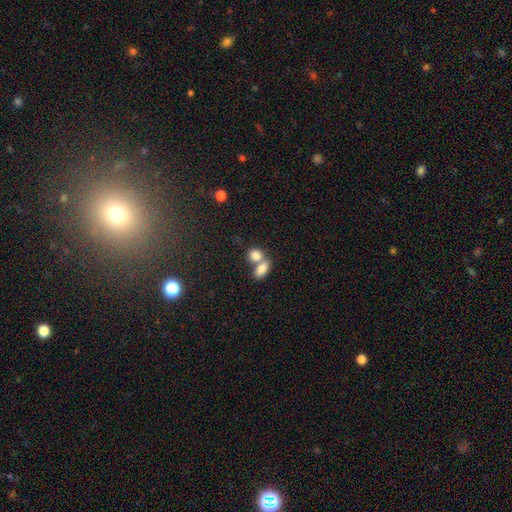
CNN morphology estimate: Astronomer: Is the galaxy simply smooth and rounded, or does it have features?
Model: smooth — 82%.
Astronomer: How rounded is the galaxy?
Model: in between — 62%.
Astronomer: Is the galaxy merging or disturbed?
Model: merger — 56% (runner-up: none, 33%).